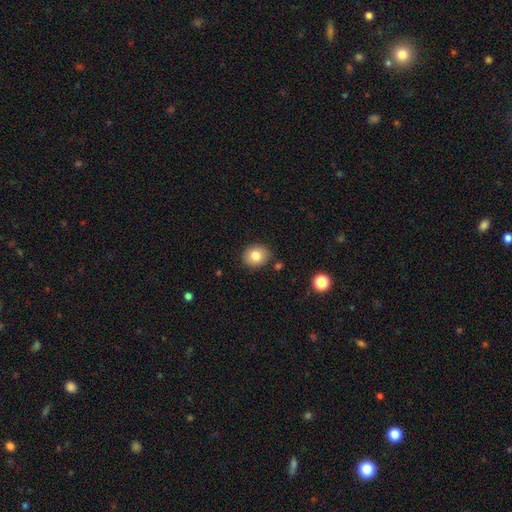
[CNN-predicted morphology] smooth_or_featured: smooth (p=0.80) [alt: star or artifact p=0.10]
how_rounded: round (p=0.71) [alt: in between p=0.28]
merging: none (p=0.85) [alt: minor disturbance p=0.10]